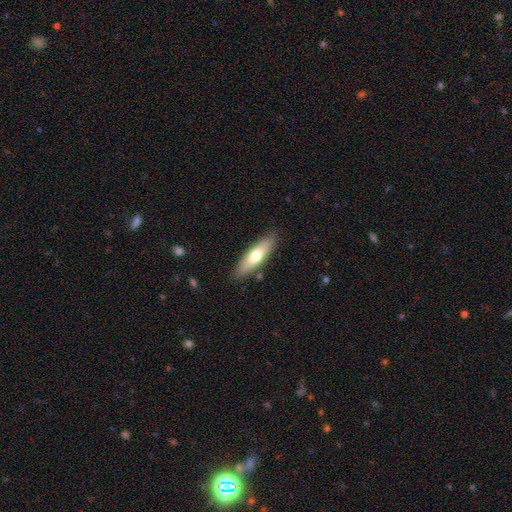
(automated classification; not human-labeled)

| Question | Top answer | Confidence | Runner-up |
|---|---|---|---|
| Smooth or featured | smooth | 65% | featured or disk (30%) |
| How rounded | cigar-shaped | 60% | in between (38%) |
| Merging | none | 86% | minor disturbance (10%) |